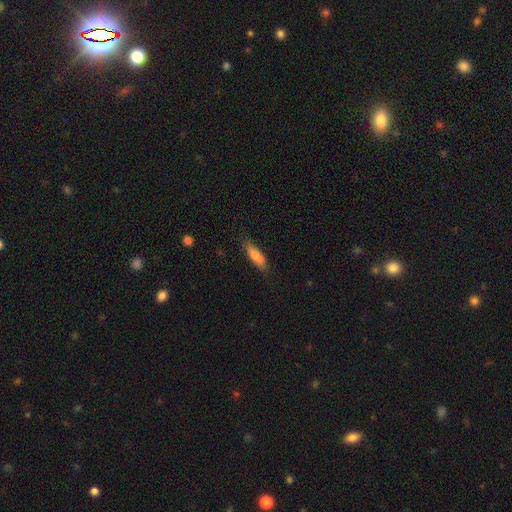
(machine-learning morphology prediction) This appears to be a smooth galaxy with no disk features (77%) that is cigar-shaped (57%). Merging: none (80%).